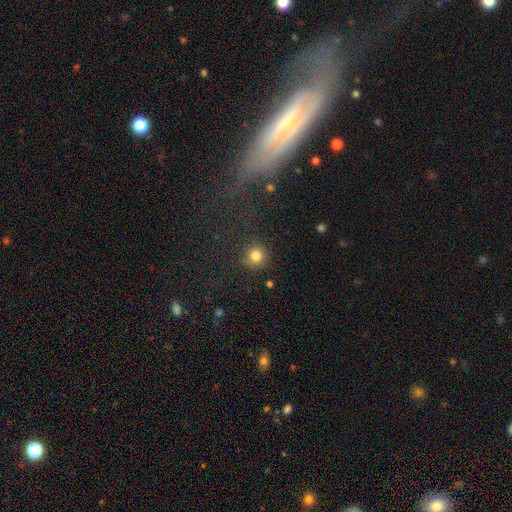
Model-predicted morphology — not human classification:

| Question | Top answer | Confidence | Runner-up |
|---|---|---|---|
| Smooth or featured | smooth | 81% | star or artifact (13%) |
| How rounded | round | 92% | in between (7%) |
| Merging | none | 83% | minor disturbance (10%) |